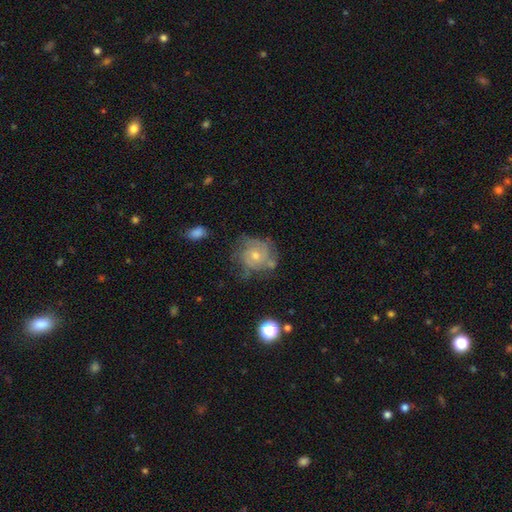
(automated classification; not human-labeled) The model was most divided on "bulge size": small: 53%, moderate: 42%, none: 2%, large: 2%, dominant: 1%. Remaining: edge-on disk — no (97%); spiral arms — yes (85%); bar — no (79%); smooth or featured — featured or disk (68%); merging — none (62%); spiral winding — tight (60%); spiral arm count — can't tell (44%).